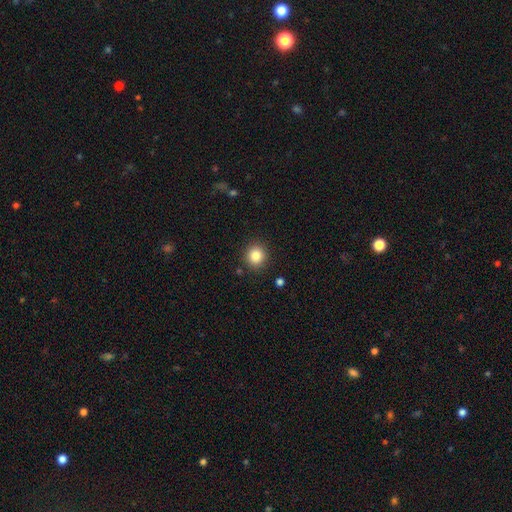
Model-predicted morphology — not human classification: Smooth or featured? smooth (84%)
How rounded? round (88%)
Merging? none (90%)